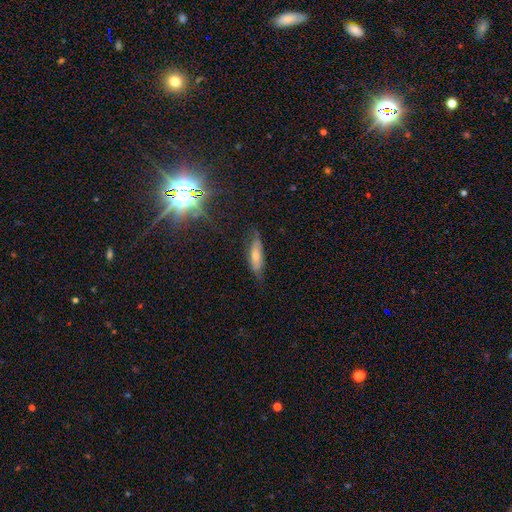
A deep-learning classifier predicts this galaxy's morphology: smooth_or_featured: smooth (p=0.58) [alt: featured or disk p=0.32]
how_rounded: in between (p=0.51) [alt: cigar-shaped p=0.47]
merging: none (p=0.66) [alt: minor disturbance p=0.26]